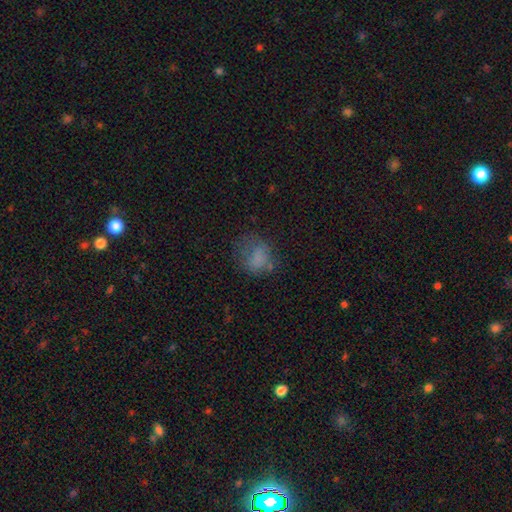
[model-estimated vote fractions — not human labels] Smooth or featured?
  - smooth: 69% *
  - featured or disk: 17%
  - star or artifact: 15%
How rounded?
  - round: 53% *
  - in between: 46%
  - cigar-shaped: 1%
Merging?
  - none: 49% *
  - minor disturbance: 25%
  - major disturbance: 22%
  - merger: 3%